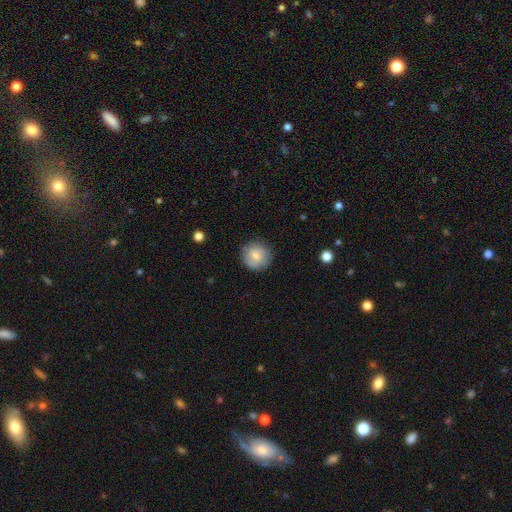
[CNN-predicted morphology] Smooth or featured? Predicted: smooth (p=0.71). How rounded? Predicted: round (p=0.93). Merging? Predicted: none (p=0.85).